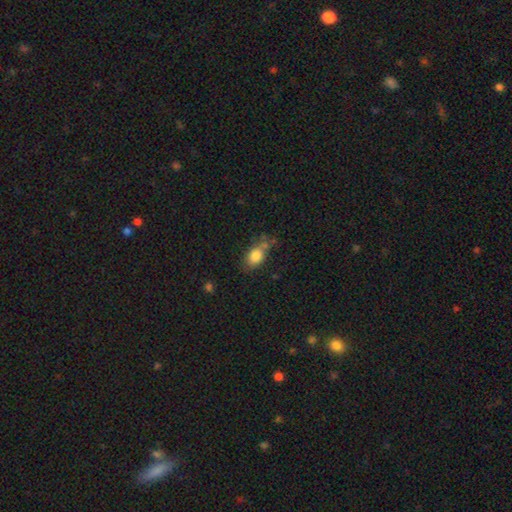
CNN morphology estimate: The model was most divided on "merging": none: 58%, minor disturbance: 23%, merger: 11%, major disturbance: 7%. More confident: smooth or featured — smooth (82%); how rounded — in between (78%).